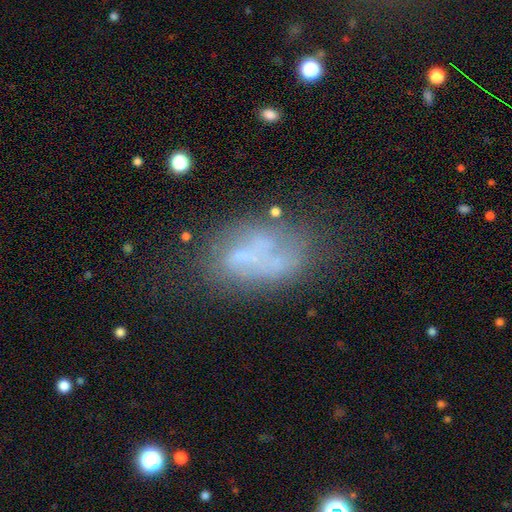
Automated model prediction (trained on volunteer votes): Q: Smooth or featured?
A: featured or disk (49%); runner-up: smooth (37%)
Q: Merging?
A: none (40%); runner-up: minor disturbance (24%)